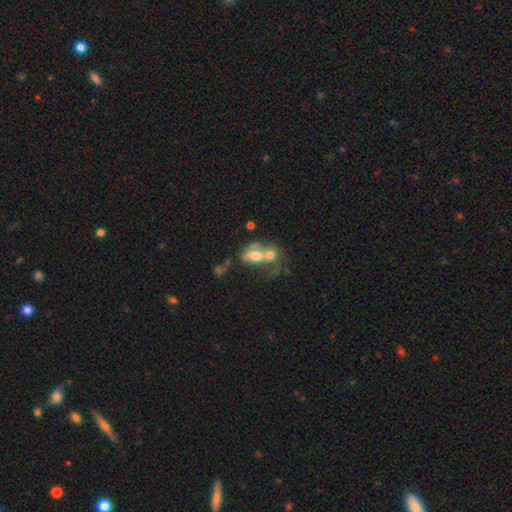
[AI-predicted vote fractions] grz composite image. It shows a smooth galaxy with no disk features (59%) that is in between round and cigar-shaped (73%). Merging: merger (69%).